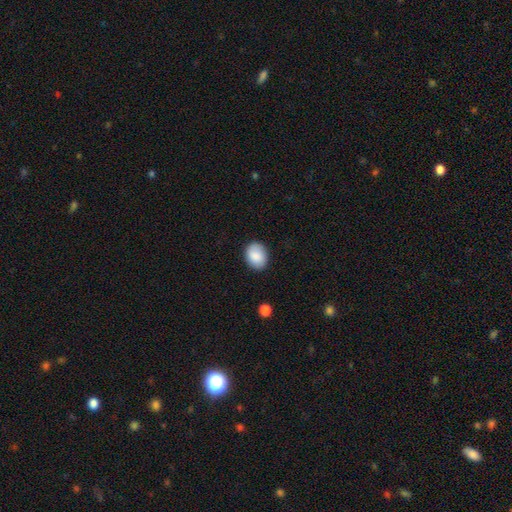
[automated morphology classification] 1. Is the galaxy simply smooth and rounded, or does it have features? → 86% smooth, 7% star or artifact, 7% featured or disk.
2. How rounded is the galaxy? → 61% in between, 38% round, 1% cigar-shaped.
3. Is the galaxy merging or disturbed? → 85% none, 11% minor disturbance, 2% major disturbance, 1% merger.